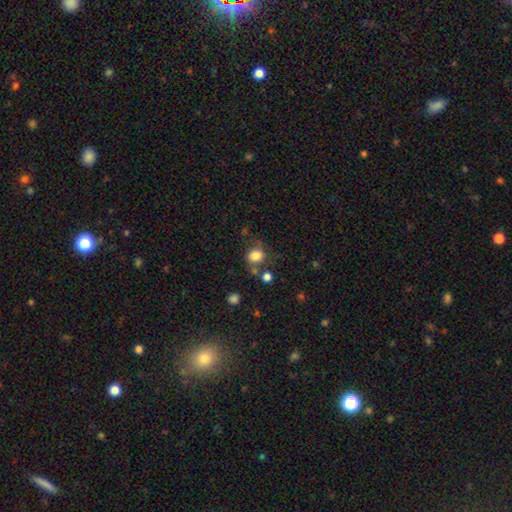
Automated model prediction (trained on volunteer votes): A smooth galaxy with no disk features (81%) that is round (67%). Merging: none (65%).